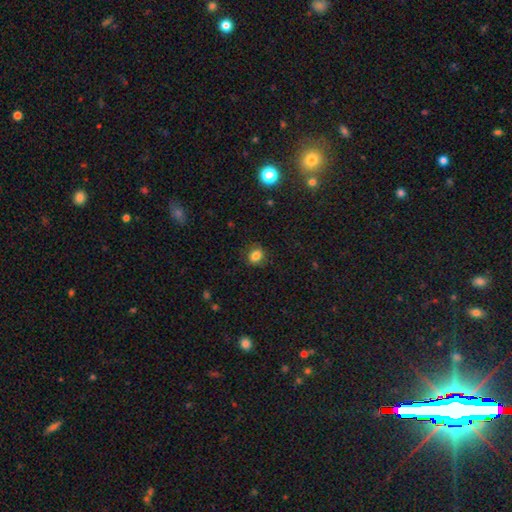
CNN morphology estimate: The model was most divided on "how rounded": round: 52%, in between: 47%, cigar-shaped: 1%. More confident: merging — none (82%); smooth or featured — smooth (81%).